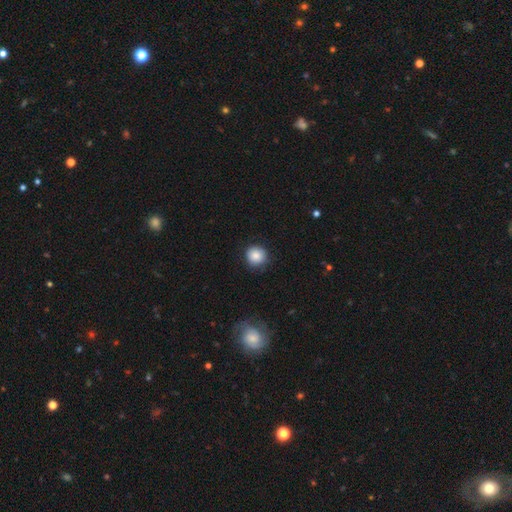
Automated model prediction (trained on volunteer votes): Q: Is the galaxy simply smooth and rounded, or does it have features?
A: smooth — 85%.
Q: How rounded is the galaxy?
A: round — 93%.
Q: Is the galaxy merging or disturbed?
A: none — 83%.